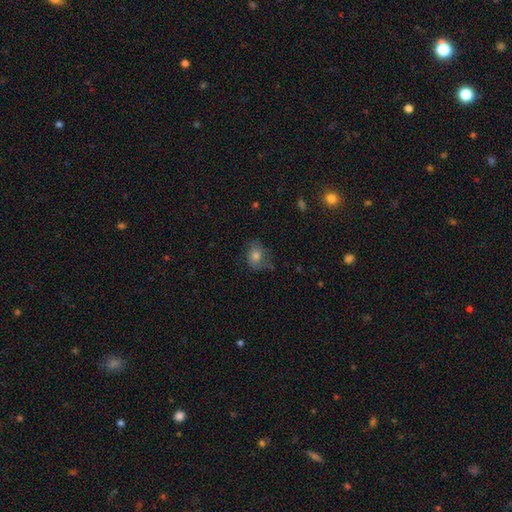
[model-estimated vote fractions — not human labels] Smooth or featured? Predicted: smooth (p=0.68). How rounded? Predicted: round (p=0.52). Merging? Predicted: none (p=0.62).